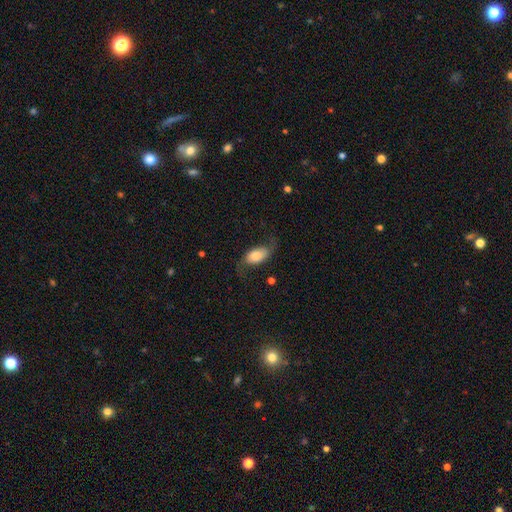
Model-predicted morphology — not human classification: Overall: smooth (49%; featured or disk 43%). Merging: none (59%; minor disturbance 23%).